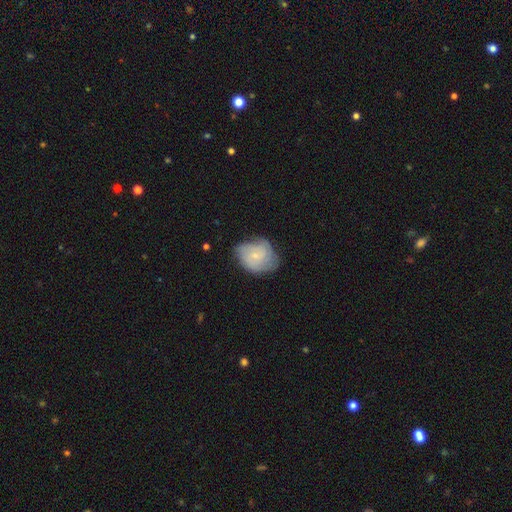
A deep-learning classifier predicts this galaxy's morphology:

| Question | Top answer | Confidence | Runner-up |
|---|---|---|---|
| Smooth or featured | featured or disk | 56% | smooth (36%) |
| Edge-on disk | no | 97% | yes (3%) |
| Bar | no | 71% | weak (26%) |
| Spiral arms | yes | 82% | no (18%) |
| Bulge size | small | 74% | moderate (18%) |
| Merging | none | 53% | minor disturbance (33%) |